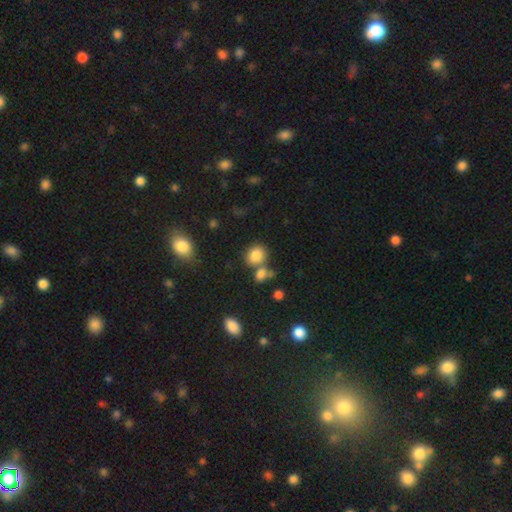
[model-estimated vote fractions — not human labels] This appears to be a smooth galaxy with no disk features (83%) that is round (62%). Merging: none (57%).